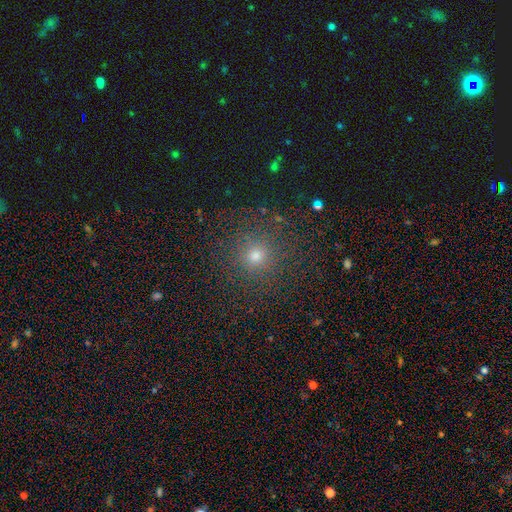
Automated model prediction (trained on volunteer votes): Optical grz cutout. It shows a smooth galaxy with no disk features (69%) that is round (93%). Merging: none (88%).